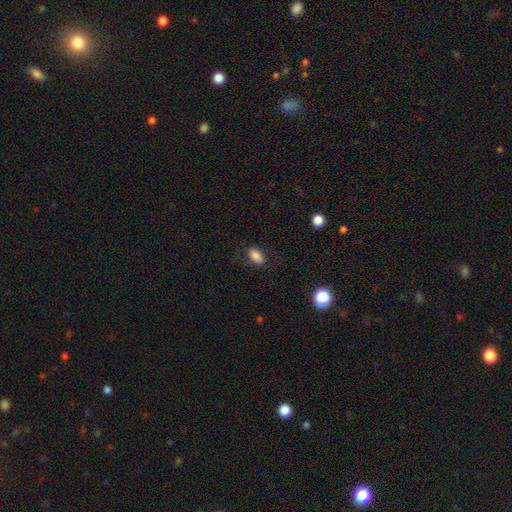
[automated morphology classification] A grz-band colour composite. It shows a smooth galaxy with no disk features (83%) that is in between round and cigar-shaped (90%). Merging: none (80%).